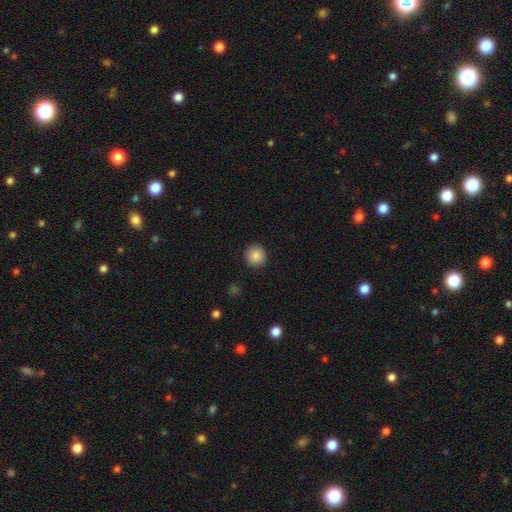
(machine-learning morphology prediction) smooth 87%, star or artifact 9%, featured or disk 4%. Down the decision tree: how rounded — round (95%); merging — none (92%).